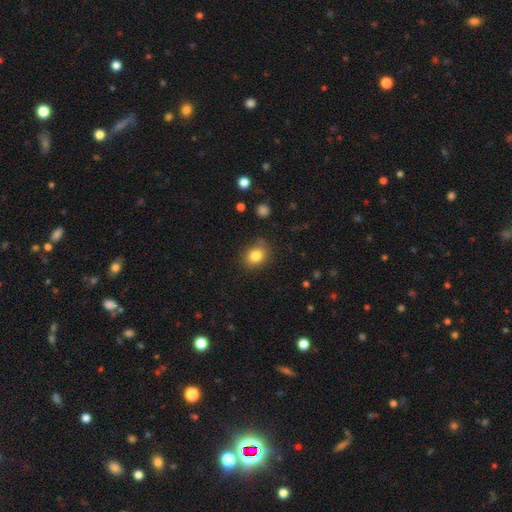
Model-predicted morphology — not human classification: A smooth galaxy with no disk features (82%) that is round (58%).

Vote fractions:
- Smooth or featured? smooth: 82% / star or artifact: 10% / featured or disk: 7%
- How rounded? round: 58% / in between: 41% / cigar-shaped: 1%
- Merging? none: 81% / minor disturbance: 13% / major disturbance: 3% / merger: 2%